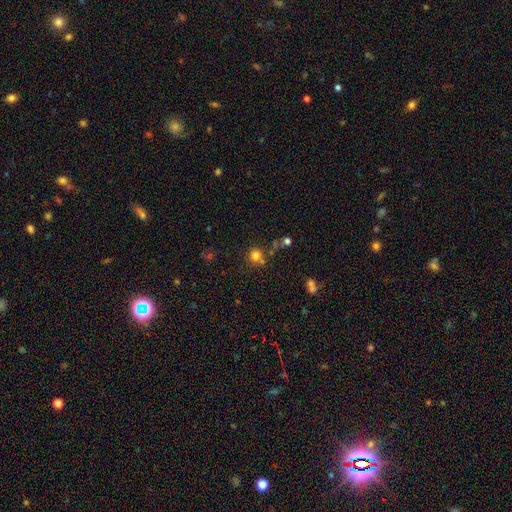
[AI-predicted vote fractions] smooth 77%, star or artifact 16%, featured or disk 7%. Down the decision tree: how rounded — round (92%); merging — none (72%).